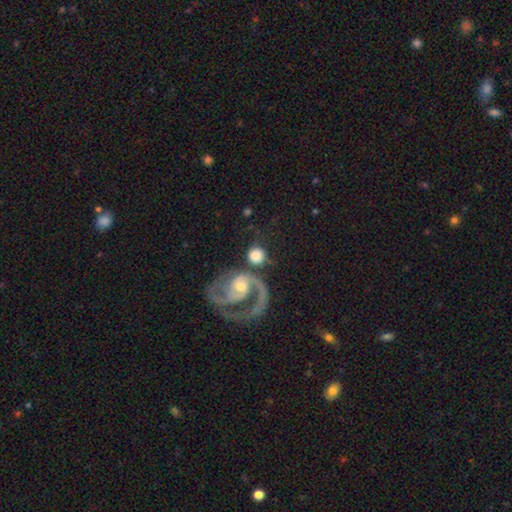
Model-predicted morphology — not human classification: smooth-or-featured: smooth: 56% | featured or disk: 37% | star or artifact: 7%
  how-rounded: round: 87% | in between: 12% | cigar-shaped: 1%
  merging: none: 51% | merger: 23% | minor disturbance: 14% | major disturbance: 13%